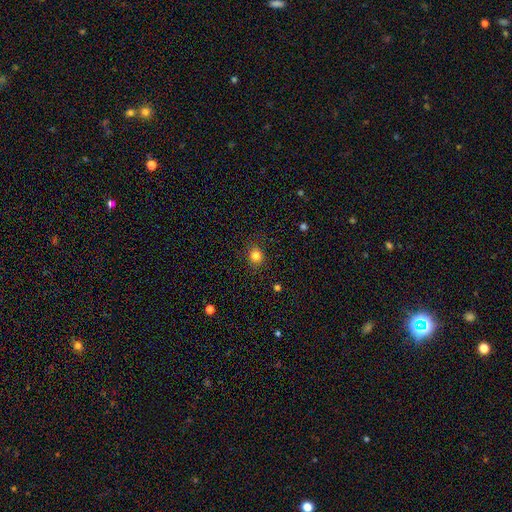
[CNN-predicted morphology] type=smooth (82%); roundness=round (75%); merging=none (87%).